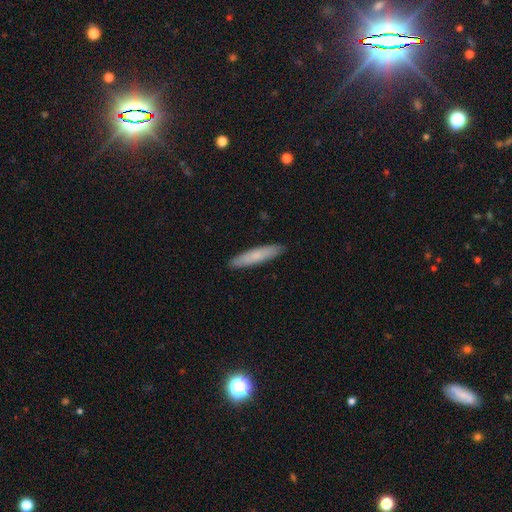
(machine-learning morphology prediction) A smooth galaxy with no disk features (71%) that is cigar-shaped (87%). Merging: none (90%).